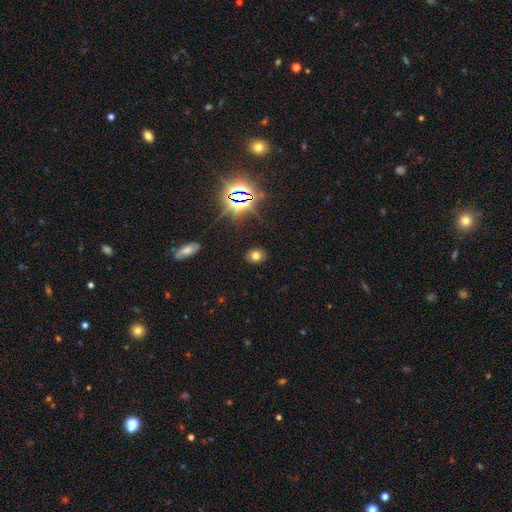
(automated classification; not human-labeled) smooth-or-featured: smooth: 66% | star or artifact: 25% | featured or disk: 9%
  how-rounded: round: 54% | in between: 45% | cigar-shaped: 1%
  merging: none: 88% | minor disturbance: 8% | major disturbance: 3% | merger: 1%